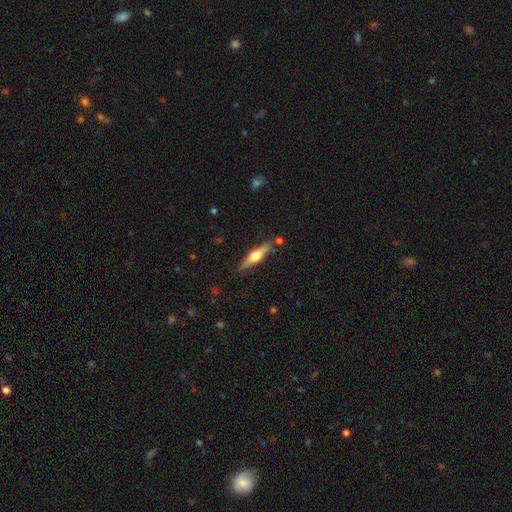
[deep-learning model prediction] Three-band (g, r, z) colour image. It shows a featured or disk galaxy (63%) viewed edge-on (96%) with a rounded central bulge (94%). Merging: none (85%).